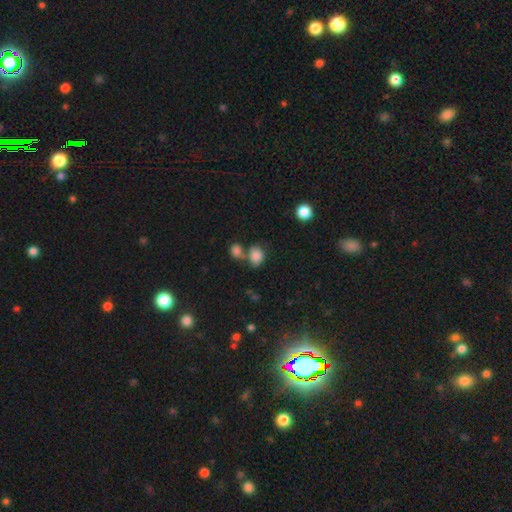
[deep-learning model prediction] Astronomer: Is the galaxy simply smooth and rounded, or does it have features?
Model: smooth — 82%.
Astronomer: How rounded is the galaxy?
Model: round — 50% (runner-up: in between, 49%).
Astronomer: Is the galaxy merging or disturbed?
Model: merger — 41% (runner-up: none, 40%).